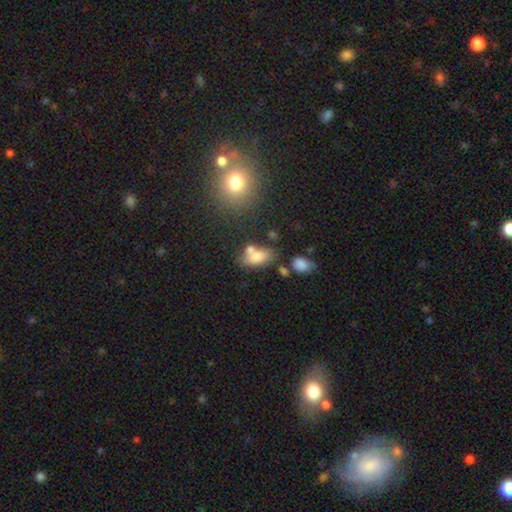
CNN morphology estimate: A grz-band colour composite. It shows a smooth galaxy with no disk features (75%) that is in between round and cigar-shaped (88%). Merging: none (44%).